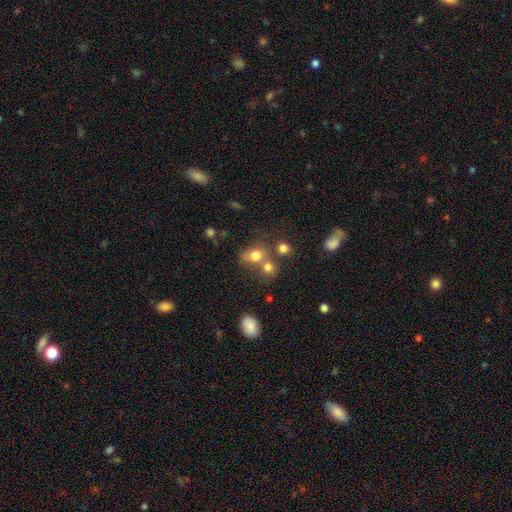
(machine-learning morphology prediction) A smooth galaxy with no disk features (75%) that is round (54%). Merging: none (43%).